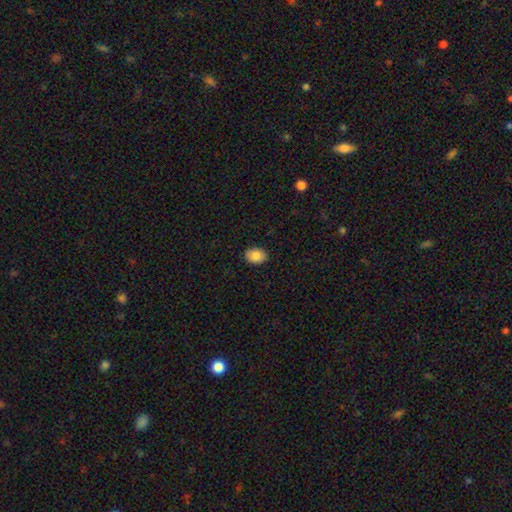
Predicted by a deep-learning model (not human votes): smooth_or_featured: smooth (p=0.83) [alt: featured or disk p=0.09]
how_rounded: in between (p=0.74) [alt: round p=0.25]
merging: none (p=0.90) [alt: minor disturbance p=0.07]